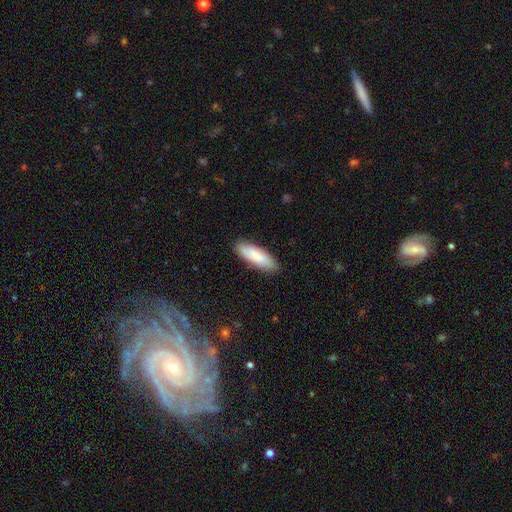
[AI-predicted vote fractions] Smooth or featured: smooth — 86% (featured or disk — 8%)
How rounded: in between — 51% (cigar-shaped — 47%)
Merging: none — 88% (minor disturbance — 9%)